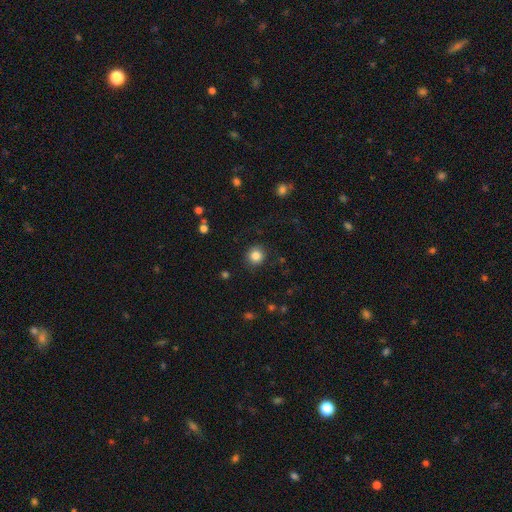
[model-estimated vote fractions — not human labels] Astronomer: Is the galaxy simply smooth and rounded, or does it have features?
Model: smooth — 85%.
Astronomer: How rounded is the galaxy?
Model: round — 92%.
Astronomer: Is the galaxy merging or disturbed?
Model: none — 90%.